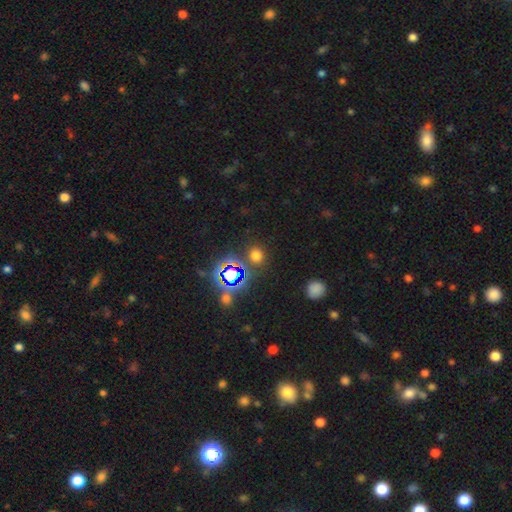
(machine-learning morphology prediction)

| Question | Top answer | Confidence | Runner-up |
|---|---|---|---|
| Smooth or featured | smooth | 59% | star or artifact (35%) |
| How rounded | round | 81% | in between (17%) |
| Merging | none | 84% | minor disturbance (8%) |